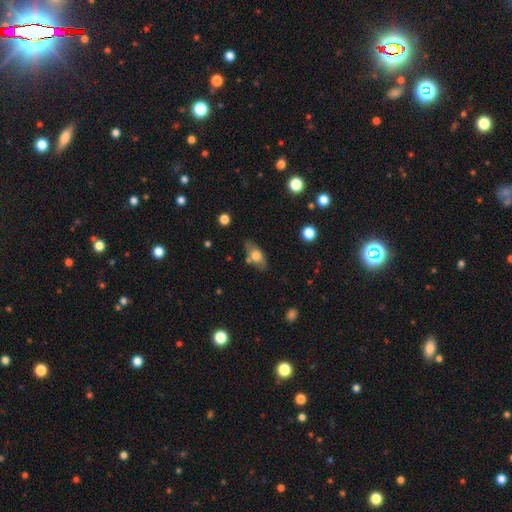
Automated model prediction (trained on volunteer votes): This appears to be a smooth galaxy with no disk features (65%) that is in between round and cigar-shaped (84%). Merging: none (71%).